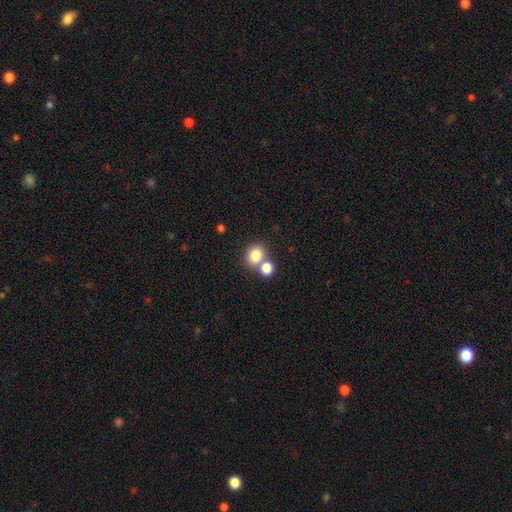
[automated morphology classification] A smooth galaxy with no disk features (82%) that is round (65%).

Vote fractions:
- Smooth or featured? smooth: 82% / star or artifact: 11% / featured or disk: 8%
- How rounded? round: 65% / in between: 34% / cigar-shaped: 1%
- Merging? none: 48% / merger: 41% / minor disturbance: 7% / major disturbance: 3%